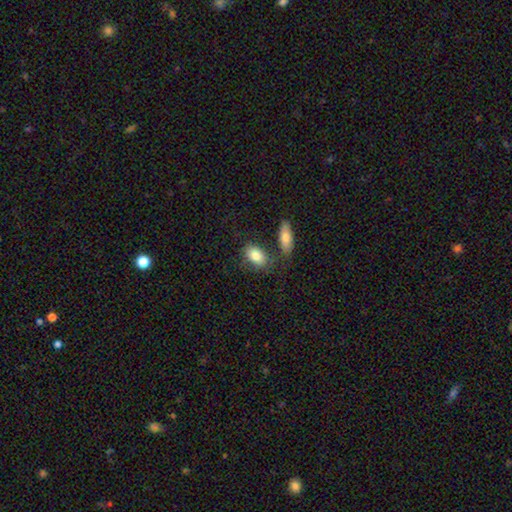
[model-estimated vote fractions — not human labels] smooth_or_featured: smooth (p=0.83) [alt: featured or disk p=0.10]
how_rounded: in between (p=0.88) [alt: round p=0.09]
merging: none (p=0.60) [alt: merger p=0.20]